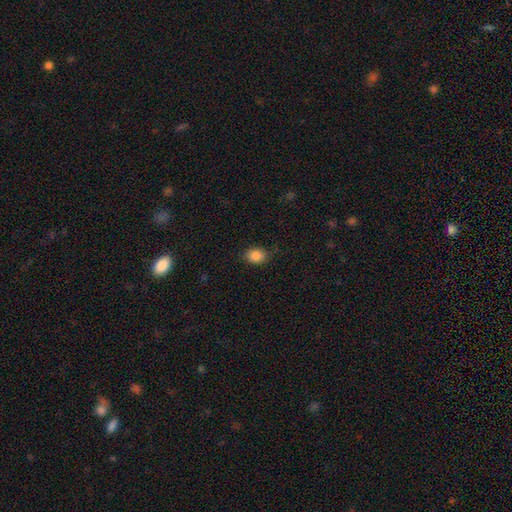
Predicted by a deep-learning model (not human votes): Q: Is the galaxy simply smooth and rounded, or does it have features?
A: smooth — 87%.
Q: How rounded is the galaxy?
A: in between — 60%.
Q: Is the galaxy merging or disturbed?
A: none — 82%.